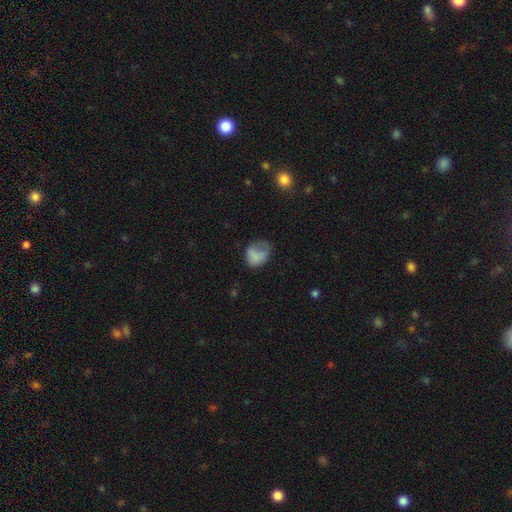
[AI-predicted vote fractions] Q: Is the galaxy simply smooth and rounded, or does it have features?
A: smooth — 75%.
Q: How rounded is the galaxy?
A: in between — 58%.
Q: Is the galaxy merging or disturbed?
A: none — 35%.